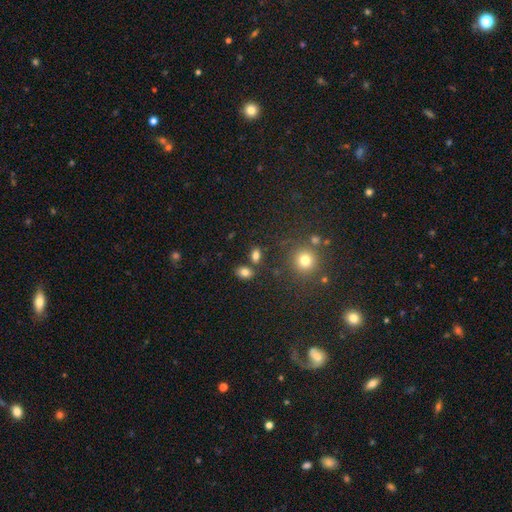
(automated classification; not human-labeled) This appears to be a smooth galaxy with no disk features (80%) that is in between round and cigar-shaped (81%). Merging: none (74%).